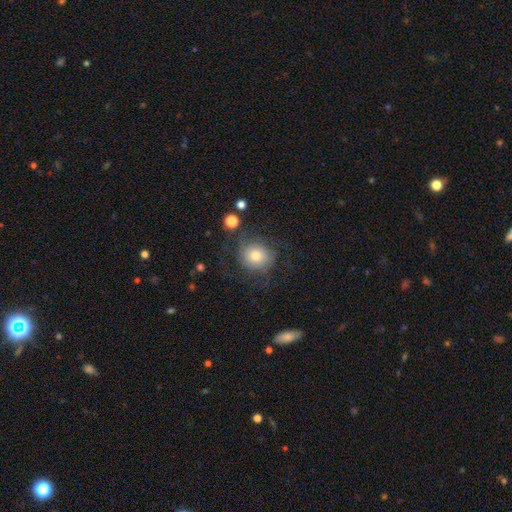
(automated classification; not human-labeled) The model was most divided on "smooth or featured": smooth: 56%, featured or disk: 34%, star or artifact: 10%. More confident: how rounded — round (82%); merging — none (64%).